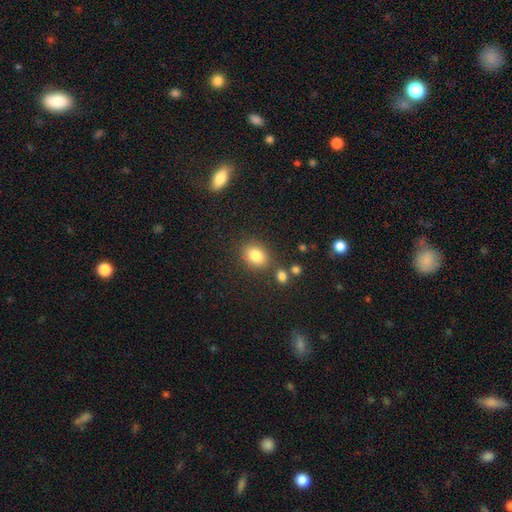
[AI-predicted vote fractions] This appears to be a smooth galaxy with no disk features (83%) that is in between round and cigar-shaped (61%). Merging: none (76%).